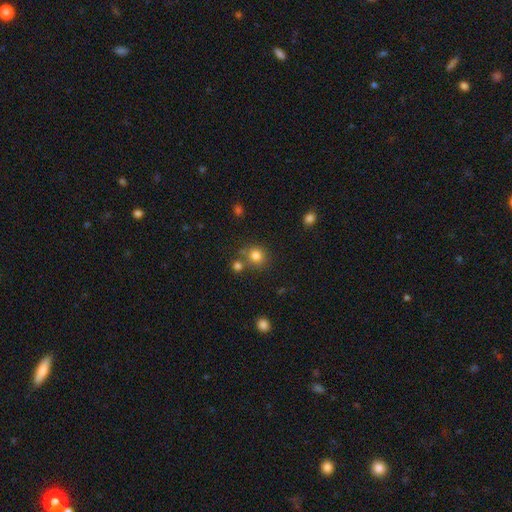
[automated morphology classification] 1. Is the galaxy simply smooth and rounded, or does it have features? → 80% smooth, 13% star or artifact, 7% featured or disk.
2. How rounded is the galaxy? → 85% round, 14% in between, 1% cigar-shaped.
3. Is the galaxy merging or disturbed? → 70% none, 16% merger, 10% minor disturbance, 4% major disturbance.